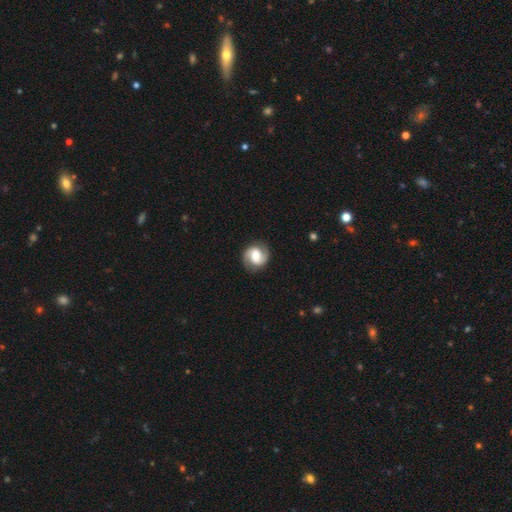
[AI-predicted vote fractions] A featured or disk galaxy (72%) with a weak bar (45%), 2 (91%) medium (47%) spiral arms (92%) and a moderate central bulge (60%). Merging: none (85%).